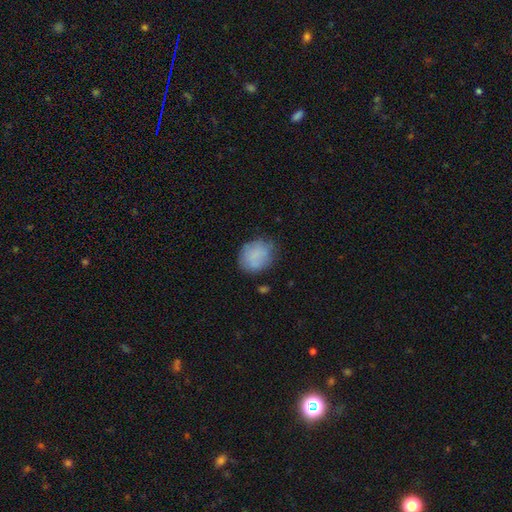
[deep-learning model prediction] This is likely a smooth galaxy (79%). How rounded: likely round (63%). Merging: likely none (64%).